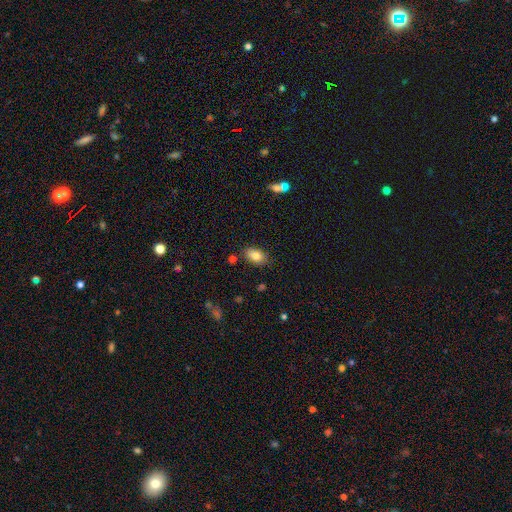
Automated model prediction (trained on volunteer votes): The model was most divided on "merging": none: 80%, minor disturbance: 14%, merger: 3%, major disturbance: 3%. More confident: how rounded — in between (89%); smooth or featured — smooth (83%).